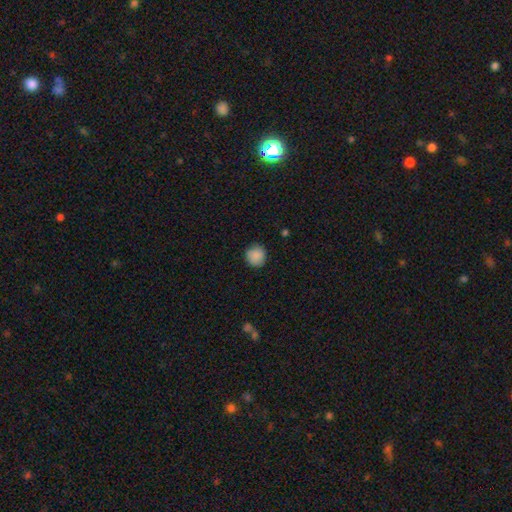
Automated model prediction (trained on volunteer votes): This appears to be a smooth galaxy with no disk features (87%) that is round (91%). Merging: none (86%).